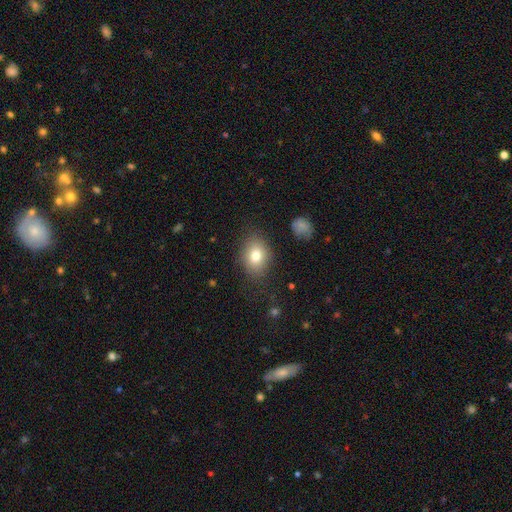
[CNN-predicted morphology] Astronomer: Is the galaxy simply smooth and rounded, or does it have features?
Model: smooth — 78%.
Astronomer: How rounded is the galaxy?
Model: in between — 63%.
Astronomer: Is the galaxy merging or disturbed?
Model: none — 80%.